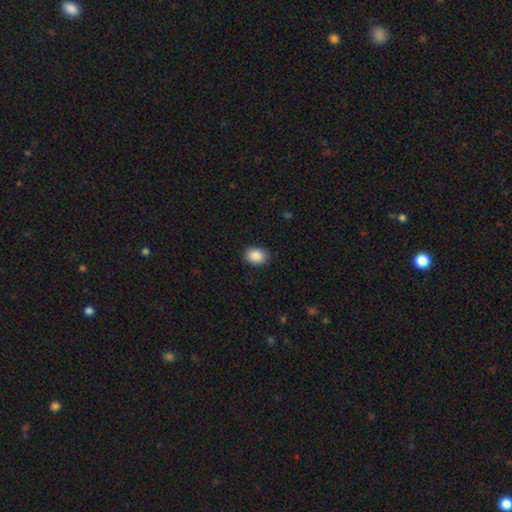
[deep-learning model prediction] This appears to be a smooth galaxy with no disk features (89%) that is in between round and cigar-shaped (70%). Merging: none (89%).